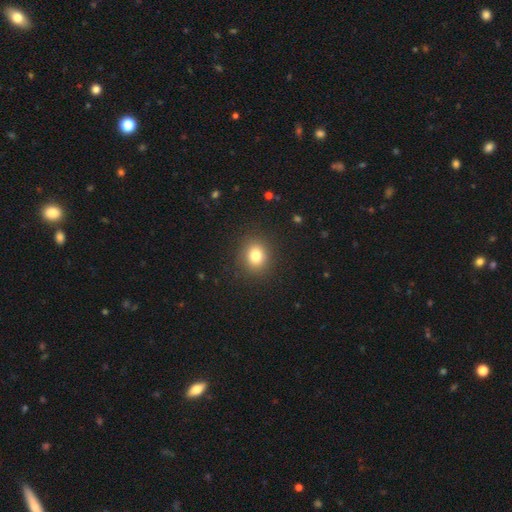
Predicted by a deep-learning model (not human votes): Q: Smooth or featured?
A: smooth (81%); runner-up: star or artifact (12%)
Q: How rounded?
A: round (73%); runner-up: in between (26%)
Q: Merging?
A: none (89%); runner-up: minor disturbance (7%)